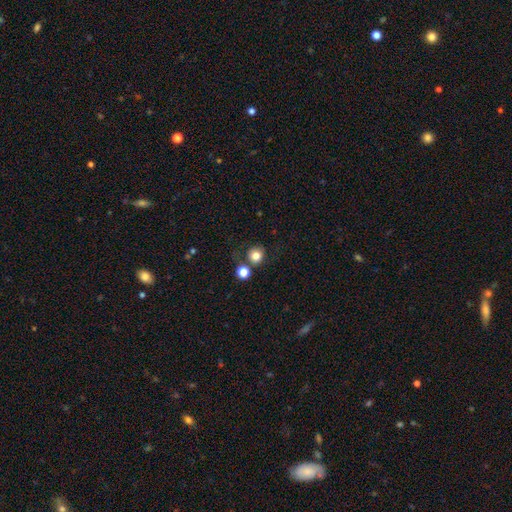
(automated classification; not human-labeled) This appears to be a smooth galaxy with no disk features (81%) that is round (89%). Merging: none (73%).